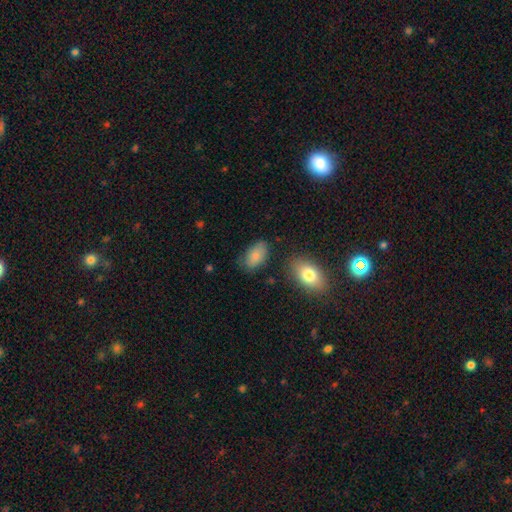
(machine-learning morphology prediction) A smooth galaxy with no disk features (84%) that is in between round and cigar-shaped (93%). Merging: none (72%).